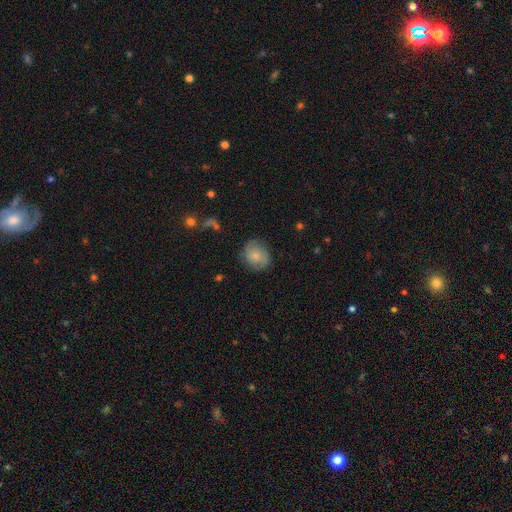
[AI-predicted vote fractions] A smooth galaxy with no disk features (58%) that is round (69%).

Vote fractions:
- Smooth or featured? smooth: 58% / featured or disk: 34% / star or artifact: 8%
- How rounded? round: 69% / in between: 30% / cigar-shaped: 1%
- Merging? none: 75% / minor disturbance: 18% / major disturbance: 5% / merger: 1%